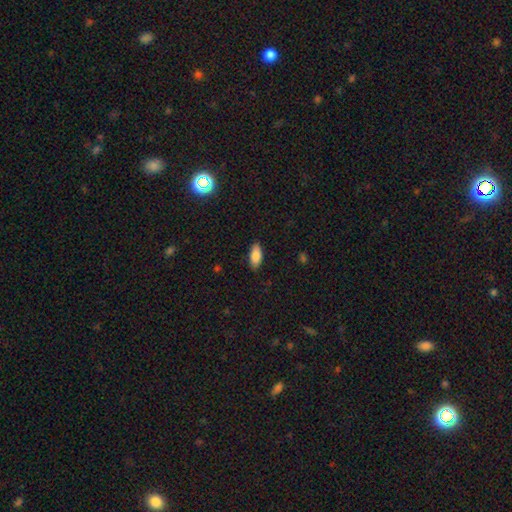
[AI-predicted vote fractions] Smooth or featured? smooth (86%)
How rounded? in between (86%)
Merging? none (87%)